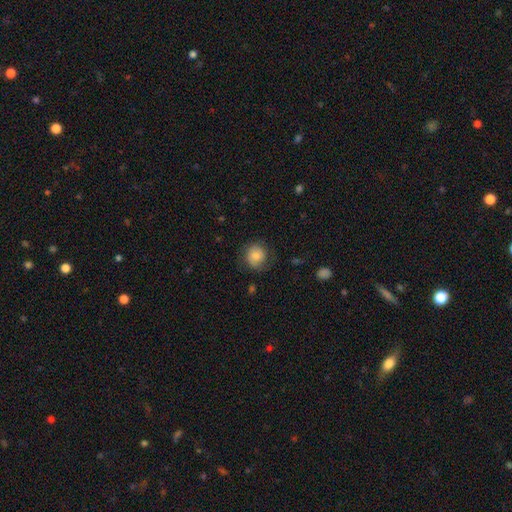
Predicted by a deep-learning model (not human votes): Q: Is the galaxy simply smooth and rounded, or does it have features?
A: smooth — 77%.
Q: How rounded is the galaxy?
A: round — 86%.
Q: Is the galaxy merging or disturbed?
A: none — 75%.